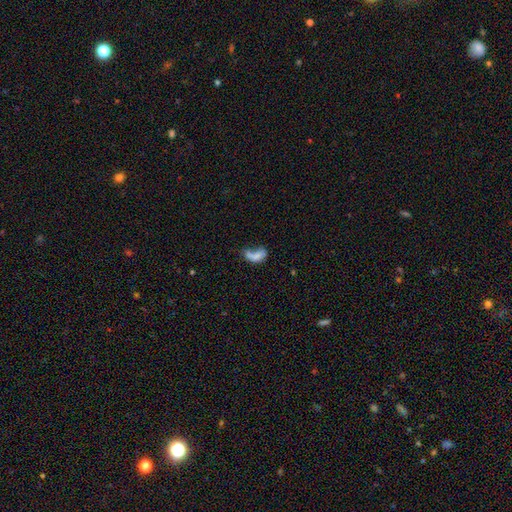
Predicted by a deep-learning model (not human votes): This is likely a smooth galaxy (62%). How rounded: clearly in between (83%). Merging: marginally merger (32%).